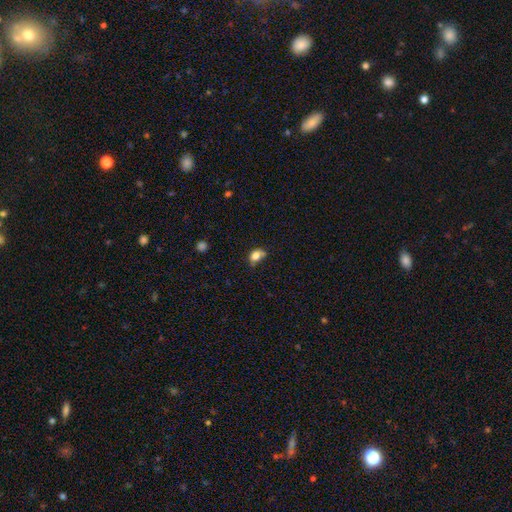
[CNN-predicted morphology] smooth 80%, star or artifact 11%, featured or disk 9%. Down the decision tree: how rounded — in between (69%); merging — none (49%).